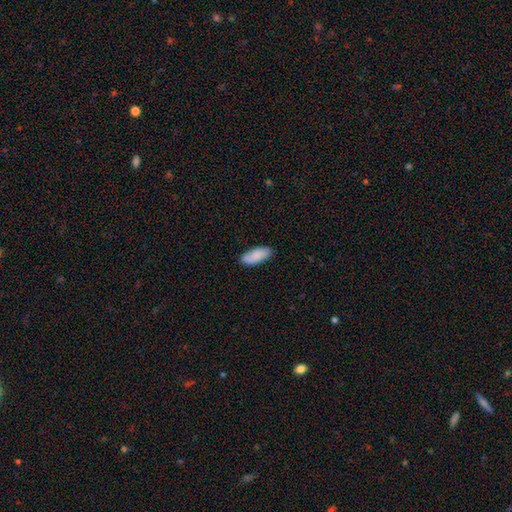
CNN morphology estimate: Smooth or featured? Predicted: smooth (p=0.87). How rounded? Predicted: in between (p=0.82). Merging? Predicted: none (p=0.85).